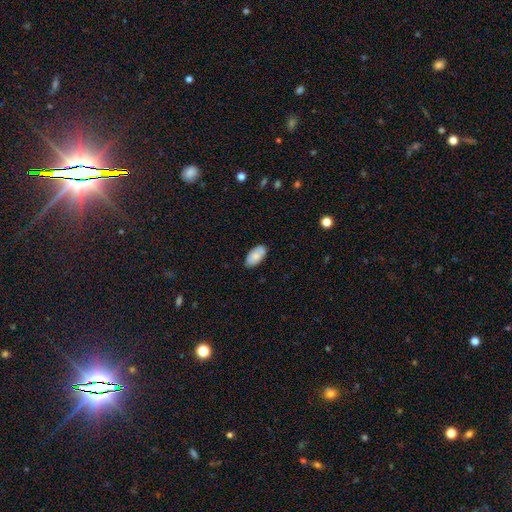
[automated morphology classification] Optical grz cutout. It shows a smooth galaxy with no disk features (75%) that is in between round and cigar-shaped (95%). Merging: none (81%).